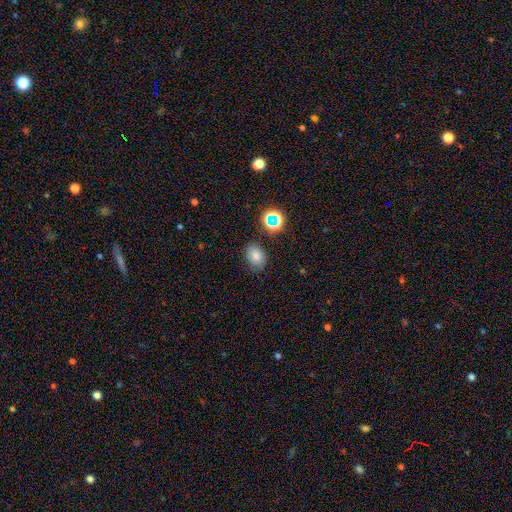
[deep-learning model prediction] A smooth galaxy with no disk features (73%) that is in between round and cigar-shaped (62%). Merging: none (77%).